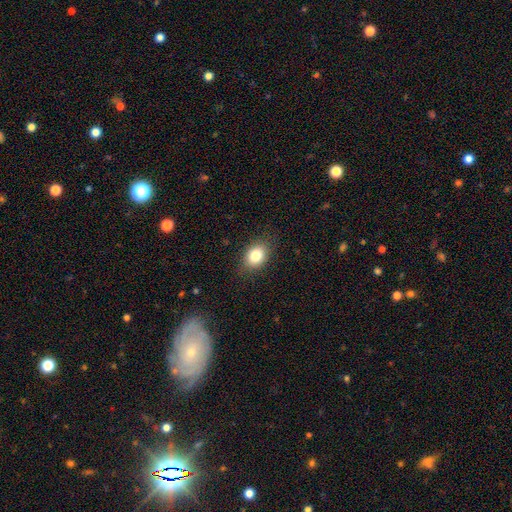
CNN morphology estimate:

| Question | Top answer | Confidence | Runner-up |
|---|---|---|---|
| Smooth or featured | smooth | 82% | star or artifact (9%) |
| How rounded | in between | 71% | round (27%) |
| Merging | none | 84% | minor disturbance (12%) |